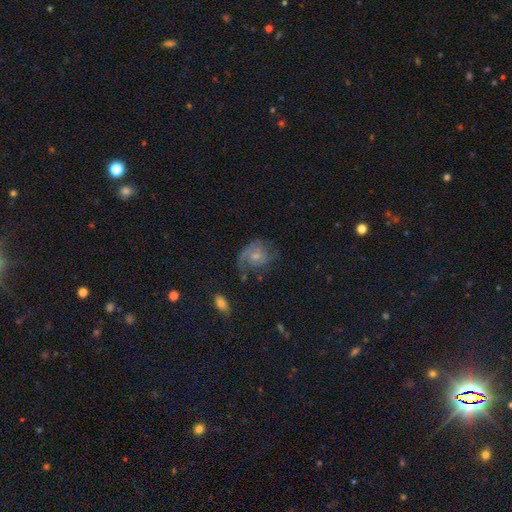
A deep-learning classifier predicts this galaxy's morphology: smooth-or-featured: featured or disk: 67% | smooth: 24% | star or artifact: 9%
  disk-edge-on: no: 97% | yes: 3%
    bar: no: 71% | weak: 26% | strong: 3%
    has-spiral-arms: yes: 87% | no: 13%
      spiral-winding: medium: 41% | tight: 32% | loose: 27%
      spiral-arm-count: 1: 37% | 2: 34% | can't tell: 19% | 3: 6% | 4: 2% | more than 4: 2%
    bulge-size: small: 58% | moderate: 32% | none: 6% | large: 3% | dominant: 1%
  merging: none: 51% | major disturbance: 23% | minor disturbance: 23% | merger: 3%